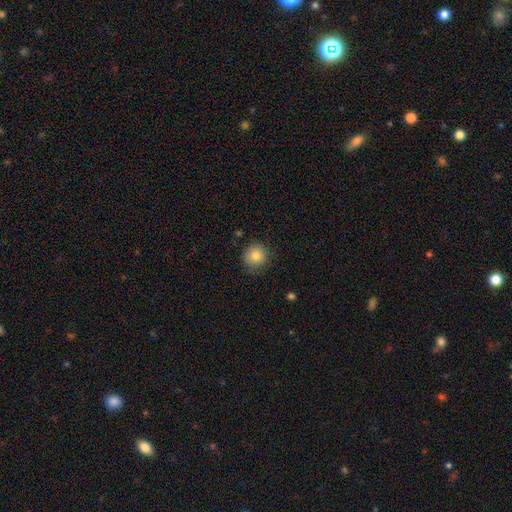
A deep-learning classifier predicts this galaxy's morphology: Q: Smooth or featured?
A: smooth (83%); runner-up: star or artifact (10%)
Q: How rounded?
A: round (92%); runner-up: in between (7%)
Q: Merging?
A: none (86%); runner-up: minor disturbance (10%)